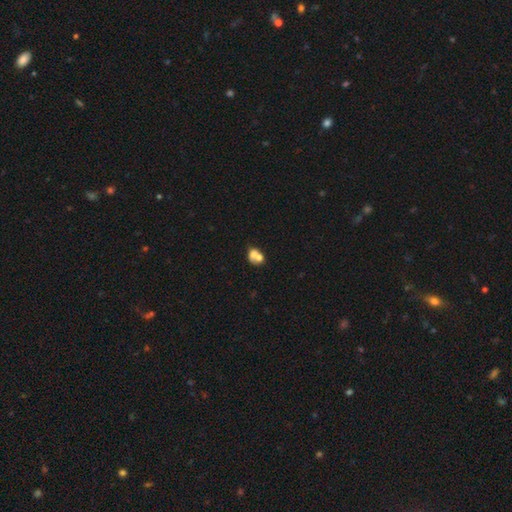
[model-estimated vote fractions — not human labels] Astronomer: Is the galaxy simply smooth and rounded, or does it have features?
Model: smooth — 64%.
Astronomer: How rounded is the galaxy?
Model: round — 51% (runner-up: in between, 48%).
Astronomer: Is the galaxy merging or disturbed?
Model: merger — 64%.